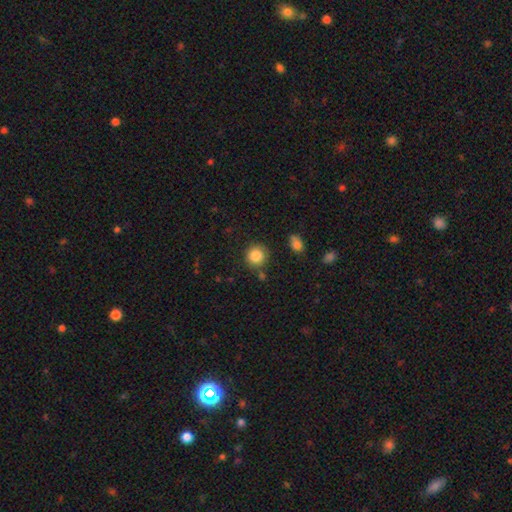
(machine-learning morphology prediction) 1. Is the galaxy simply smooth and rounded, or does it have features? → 86% smooth, 10% star or artifact, 5% featured or disk.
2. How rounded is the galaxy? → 92% round, 7% in between, 1% cigar-shaped.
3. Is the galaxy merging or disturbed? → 82% none, 10% minor disturbance, 5% merger, 3% major disturbance.